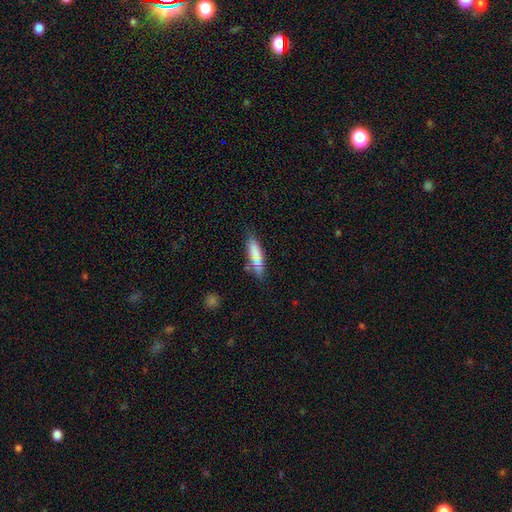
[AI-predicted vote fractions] This appears to be a smooth galaxy with no disk features (76%) that is cigar-shaped (52%). Merging: none (73%).